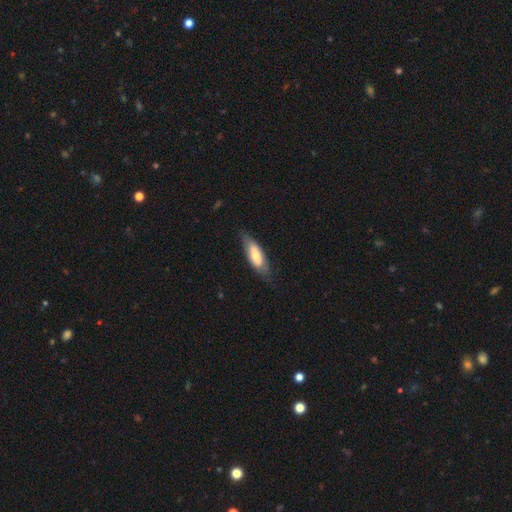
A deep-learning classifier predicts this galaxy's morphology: This is likely a smooth galaxy (63%). How rounded: likely in between (65%). Merging: likely none (69%).